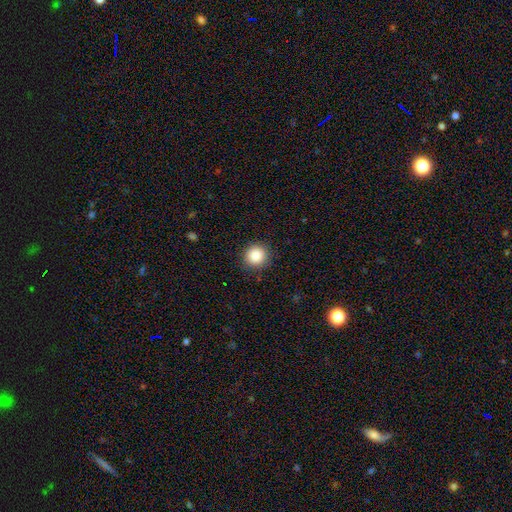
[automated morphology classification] type=smooth (87%); roundness=round (93%); merging=none (89%).